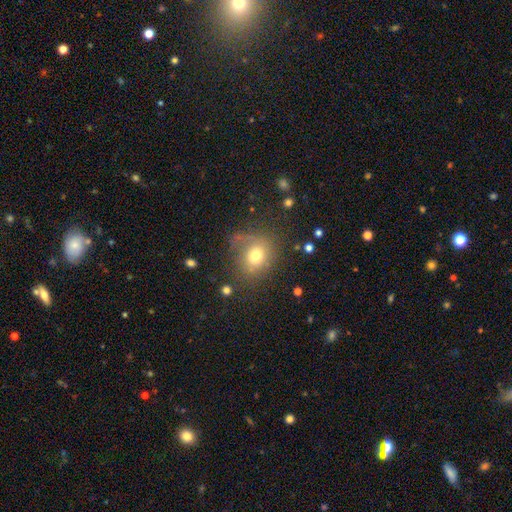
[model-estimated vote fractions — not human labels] A smooth galaxy with no disk features (70%) that is round (61%). Merging: none (57%).